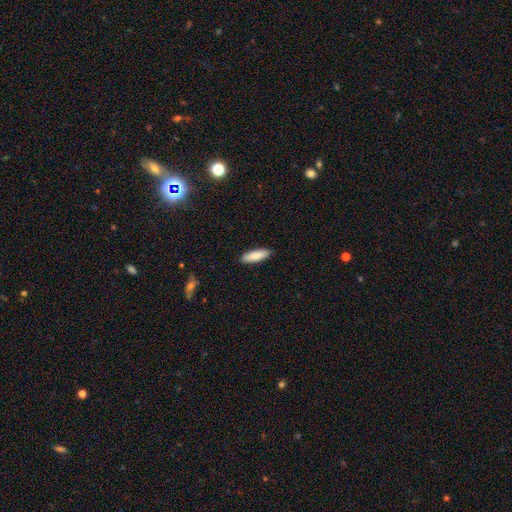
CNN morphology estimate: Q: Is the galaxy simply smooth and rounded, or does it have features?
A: smooth — 86%.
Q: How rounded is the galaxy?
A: cigar-shaped — 51%.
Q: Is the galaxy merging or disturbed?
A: none — 90%.